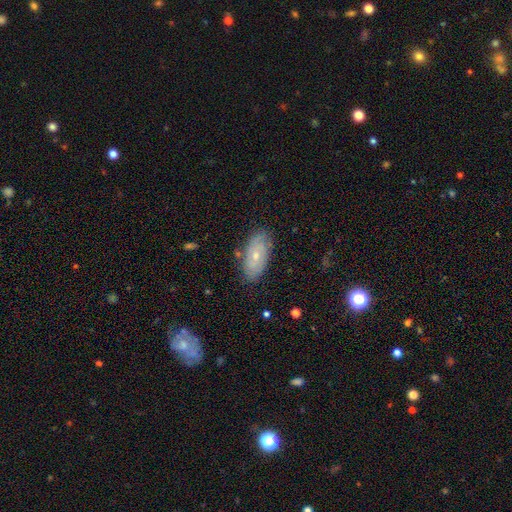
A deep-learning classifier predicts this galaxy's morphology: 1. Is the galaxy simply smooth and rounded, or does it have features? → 52% featured or disk, 39% smooth, 8% star or artifact.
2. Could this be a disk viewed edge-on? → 88% no, 12% yes.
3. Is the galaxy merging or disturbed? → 79% none, 15% minor disturbance, 3% major disturbance, 2% merger.